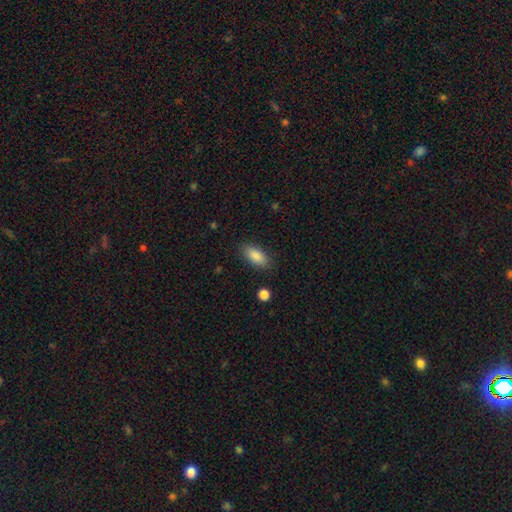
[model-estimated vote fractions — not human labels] A smooth galaxy with no disk features (88%) that is in between round and cigar-shaped (89%). Merging: none (86%).